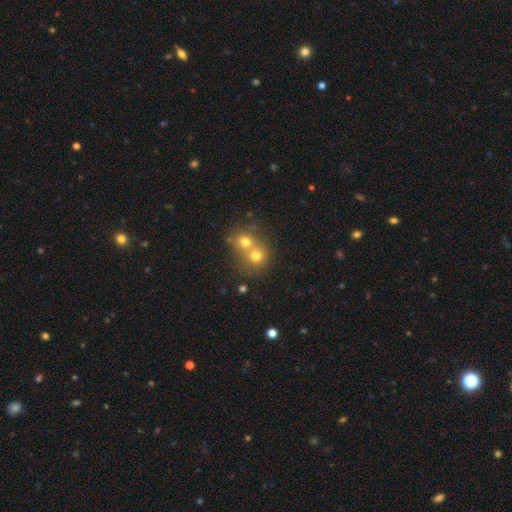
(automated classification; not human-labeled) A smooth galaxy with no disk features (70%) that is round (80%).

Vote fractions:
- Smooth or featured? smooth: 70% / featured or disk: 16% / star or artifact: 14%
- How rounded? round: 80% / in between: 19% / cigar-shaped: 1%
- Merging? merger: 61% / none: 32% / minor disturbance: 5% / major disturbance: 2%